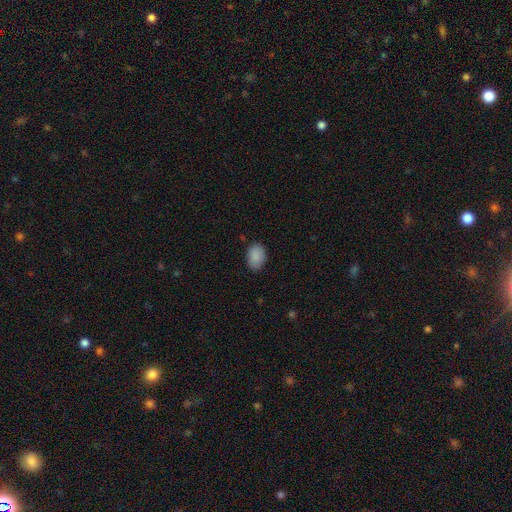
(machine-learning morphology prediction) smooth_or_featured: smooth (p=0.89) [alt: star or artifact p=0.07]
how_rounded: in between (p=0.80) [alt: round p=0.19]
merging: none (p=0.84) [alt: minor disturbance p=0.13]